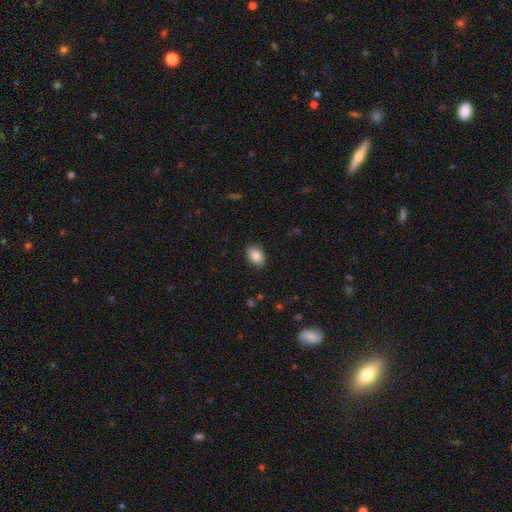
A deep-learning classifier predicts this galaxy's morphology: Smooth or featured?
  - smooth: 86% *
  - star or artifact: 7%
  - featured or disk: 6%
How rounded?
  - in between: 83% *
  - round: 15%
  - cigar-shaped: 1%
Merging?
  - none: 87% *
  - minor disturbance: 9%
  - major disturbance: 2%
  - merger: 1%